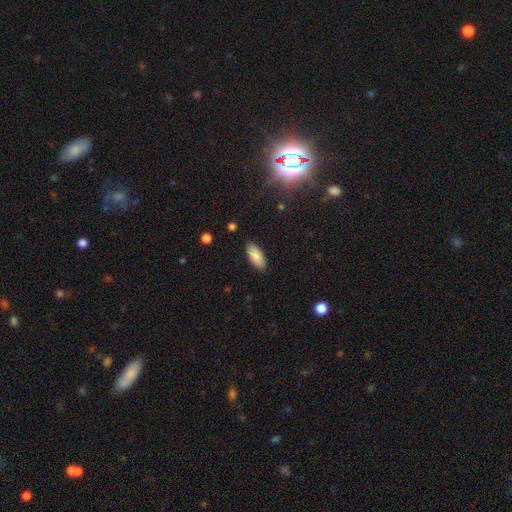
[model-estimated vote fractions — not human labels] This appears to be a smooth galaxy with no disk features (86%) that is in between round and cigar-shaped (86%). Merging: none (88%).